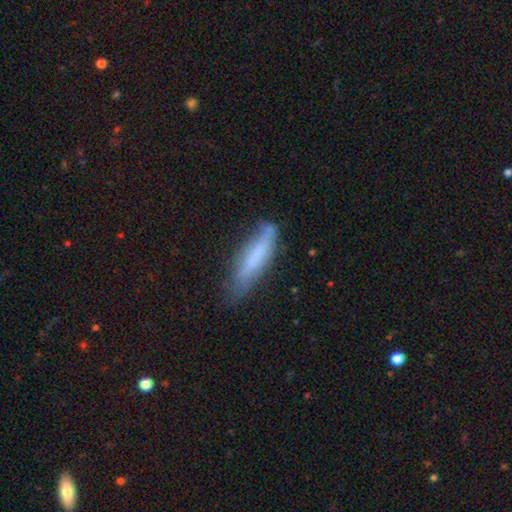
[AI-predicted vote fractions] Q: Smooth or featured?
A: smooth (65%); runner-up: featured or disk (27%)
Q: How rounded?
A: cigar-shaped (75%); runner-up: in between (24%)
Q: Merging?
A: none (56%); runner-up: minor disturbance (31%)